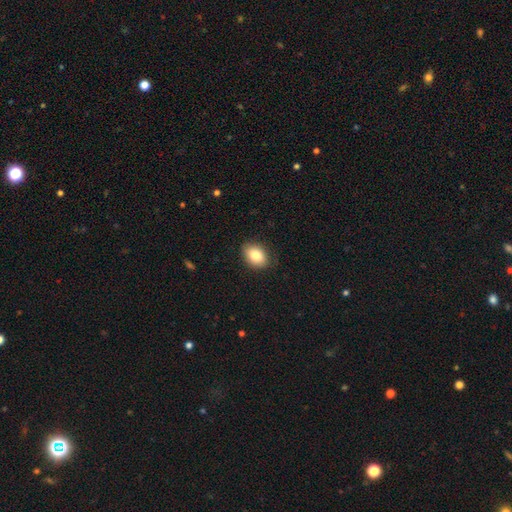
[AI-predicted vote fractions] A smooth galaxy with no disk features (82%) that is in between round and cigar-shaped (77%). Merging: none (85%).